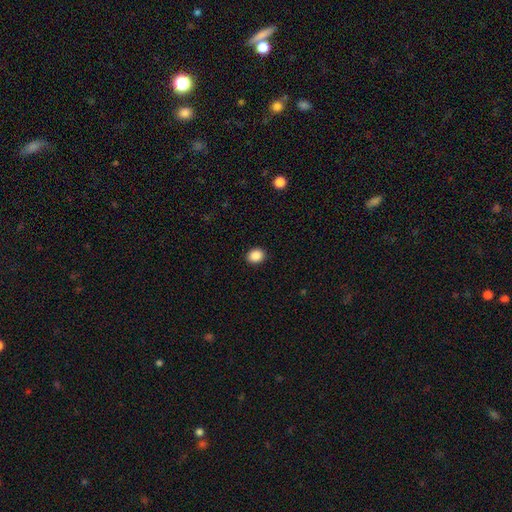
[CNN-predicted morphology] Overall: smooth (88%). How rounded: round (55%; in between 44%). Merging: none (91%).